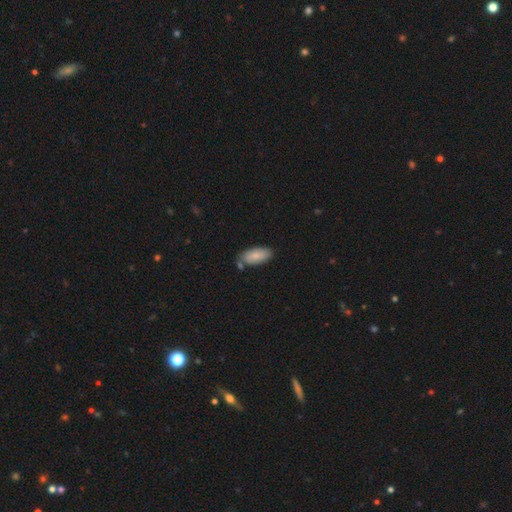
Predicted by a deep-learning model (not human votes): Q: Smooth or featured?
A: smooth (83%); runner-up: featured or disk (11%)
Q: How rounded?
A: in between (89%); runner-up: cigar-shaped (9%)
Q: Merging?
A: none (69%); runner-up: minor disturbance (18%)